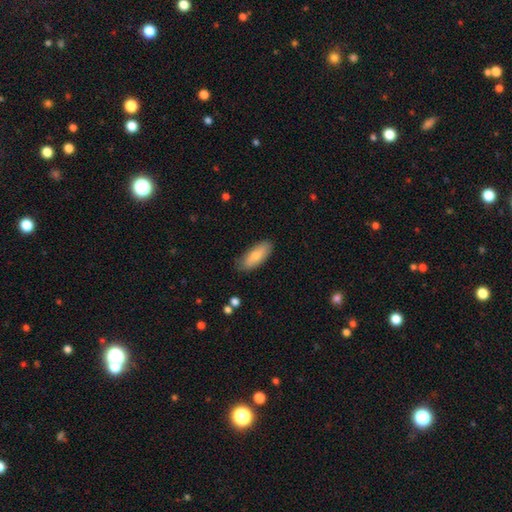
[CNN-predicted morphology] Smooth or featured: smooth — 78% (featured or disk — 16%)
How rounded: in between — 78% (cigar-shaped — 20%)
Merging: none — 83% (minor disturbance — 14%)